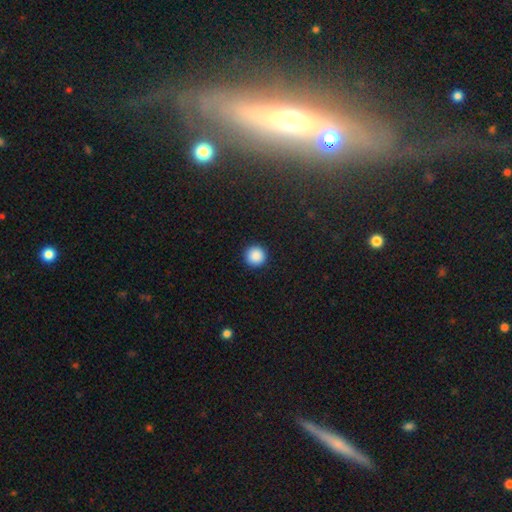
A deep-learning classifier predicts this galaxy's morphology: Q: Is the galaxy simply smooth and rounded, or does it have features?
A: smooth — 89%.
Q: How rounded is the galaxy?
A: round — 96%.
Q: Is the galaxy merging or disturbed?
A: none — 93%.